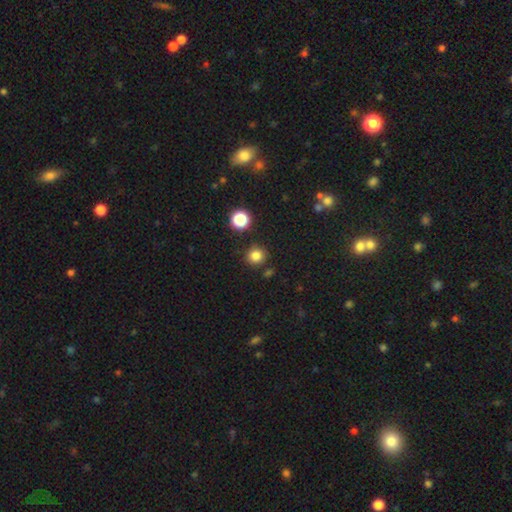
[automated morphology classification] Overall: smooth (81%). How rounded: round (90%). Merging: none (85%).